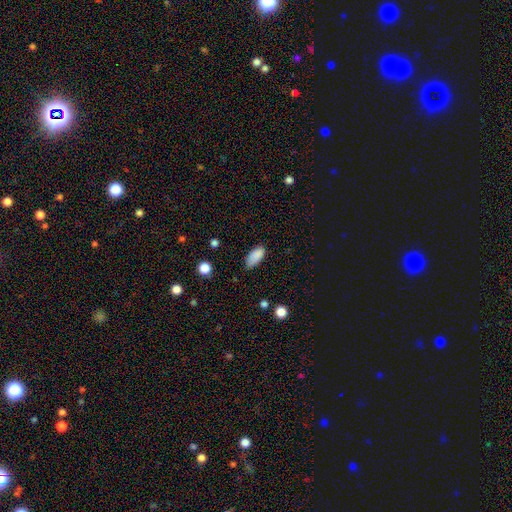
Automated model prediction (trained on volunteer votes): A smooth galaxy with no disk features (87%) that is in between round and cigar-shaped (90%). Merging: none (65%).